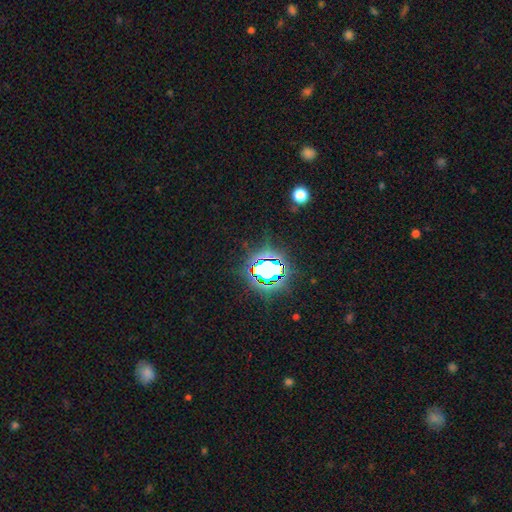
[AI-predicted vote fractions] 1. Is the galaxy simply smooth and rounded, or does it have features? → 81% star or artifact, 12% smooth, 7% featured or disk.